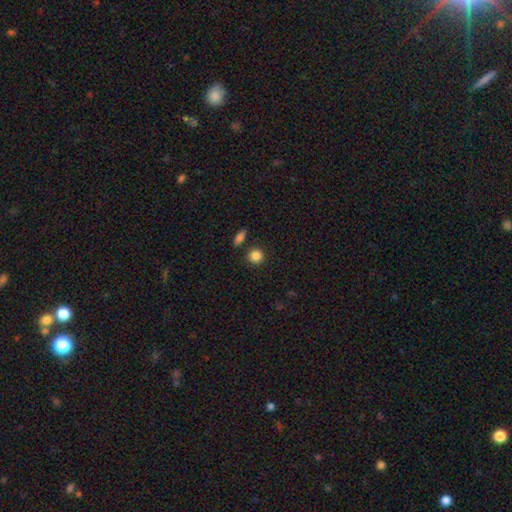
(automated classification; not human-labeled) Smooth or featured: smooth — 86% (star or artifact — 9%)
How rounded: round — 88% (in between — 11%)
Merging: none — 83% (minor disturbance — 8%)